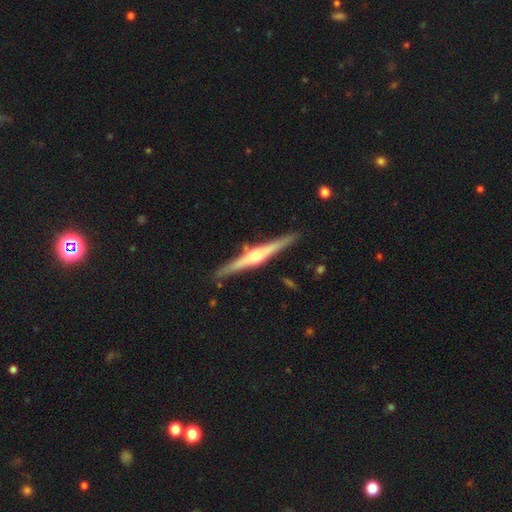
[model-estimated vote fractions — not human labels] A featured or disk galaxy (77%) viewed edge-on (98%) with a rounded central bulge (83%). Merging: none (89%).